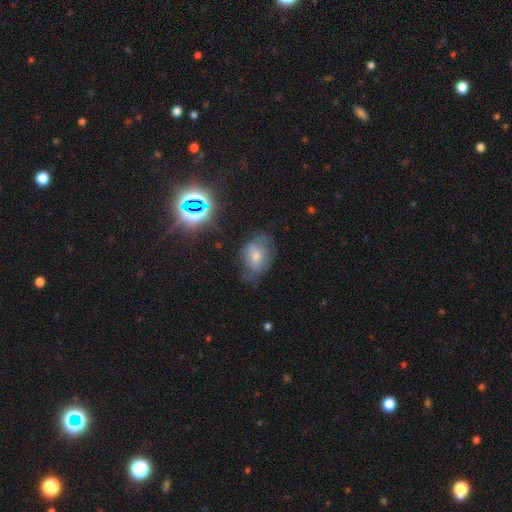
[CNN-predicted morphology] type=smooth (62%); roundness=in between (77%); merging=none (51%).